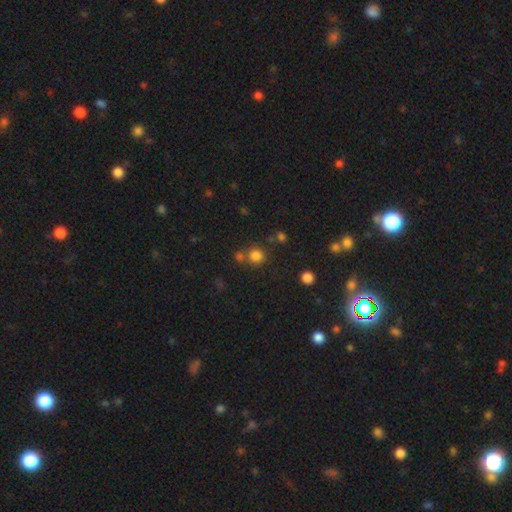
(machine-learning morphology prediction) This appears to be a smooth galaxy with no disk features (79%) that is round (90%). Merging: none (68%).